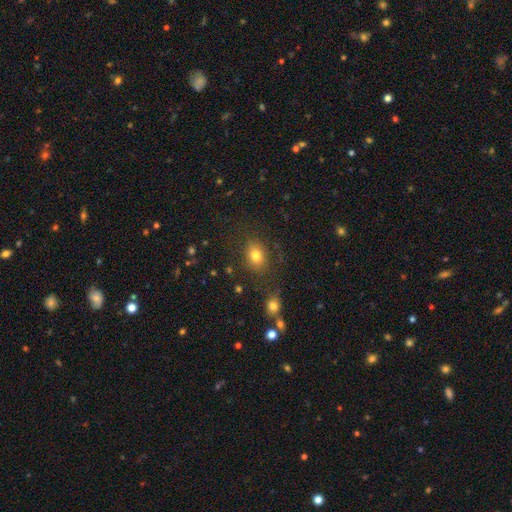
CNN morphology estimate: smooth_or_featured: smooth (p=0.79) [alt: star or artifact p=0.12]
how_rounded: in between (p=0.62) [alt: round p=0.37]
merging: none (p=0.76) [alt: minor disturbance p=0.13]